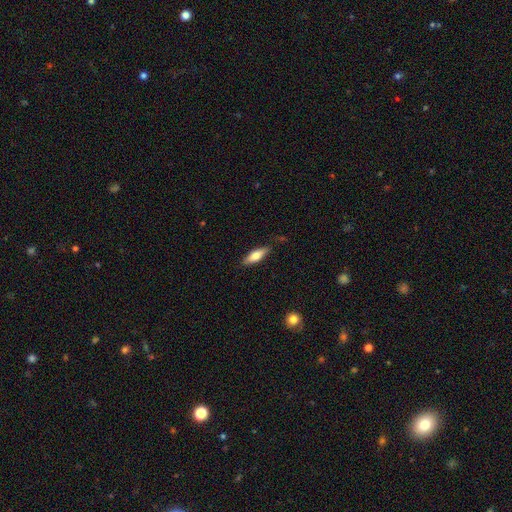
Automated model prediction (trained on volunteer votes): smooth_or_featured: smooth (p=0.72) [alt: featured or disk p=0.22]
how_rounded: in between (p=0.57) [alt: cigar-shaped p=0.41]
merging: none (p=0.80) [alt: minor disturbance p=0.16]